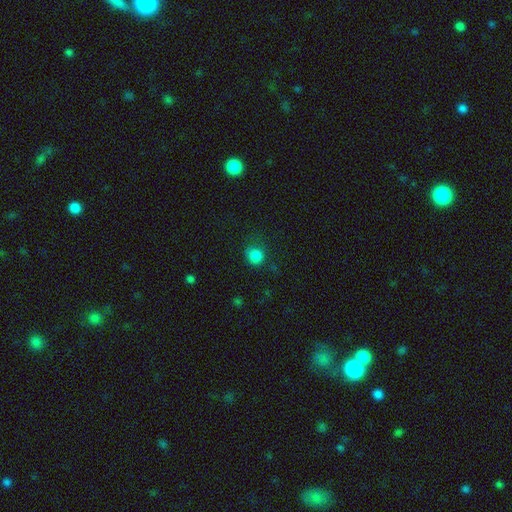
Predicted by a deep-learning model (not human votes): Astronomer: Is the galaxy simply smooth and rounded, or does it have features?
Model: smooth — 83%.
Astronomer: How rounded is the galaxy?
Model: round — 82%.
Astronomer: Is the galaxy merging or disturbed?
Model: none — 71%.